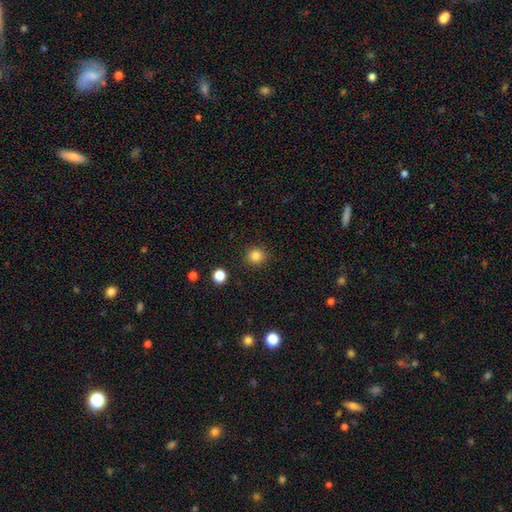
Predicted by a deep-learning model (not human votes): The model was most divided on "smooth or featured": smooth: 83%, star or artifact: 12%, featured or disk: 5%. More confident: merging — none (91%); how rounded — round (90%).